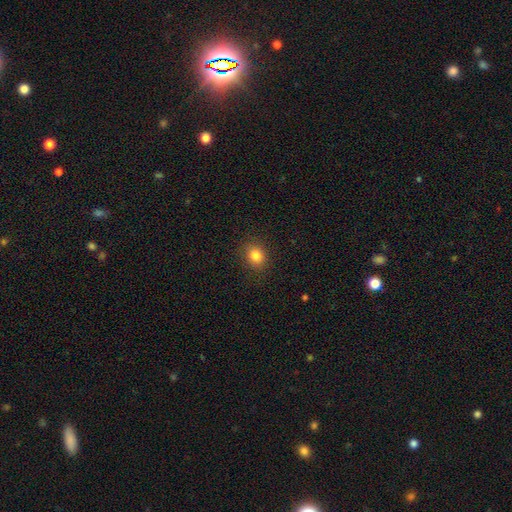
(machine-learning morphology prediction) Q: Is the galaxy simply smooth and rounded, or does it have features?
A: smooth — 83%.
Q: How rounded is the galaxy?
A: round — 66%.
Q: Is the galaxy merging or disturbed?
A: none — 89%.